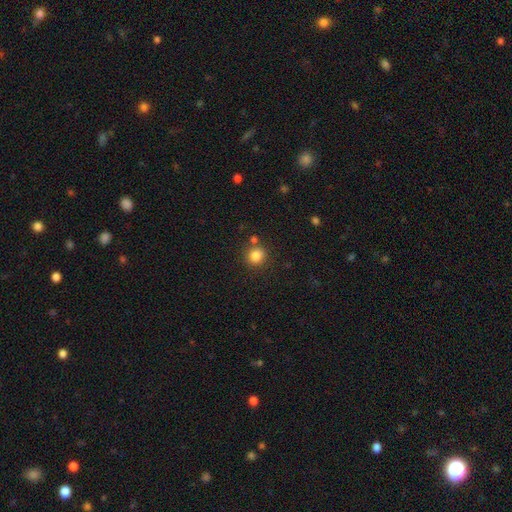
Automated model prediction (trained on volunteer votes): The model was most divided on "merging": none: 79%, minor disturbance: 9%, merger: 9%, major disturbance: 3%. More confident: how rounded — round (85%); smooth or featured — smooth (83%).